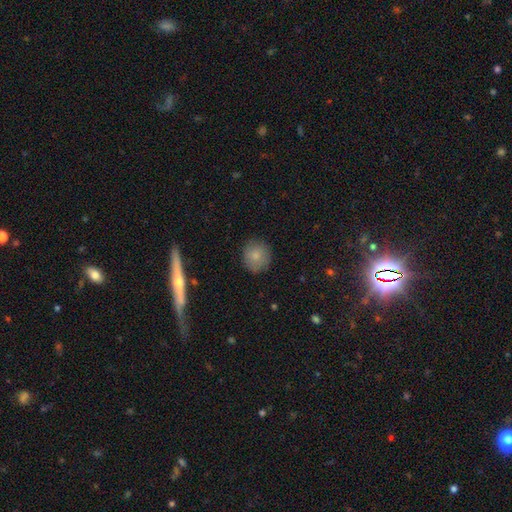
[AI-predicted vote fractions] Morphology: type=smooth (81%); roundness=round (88%); merging=none (85%).